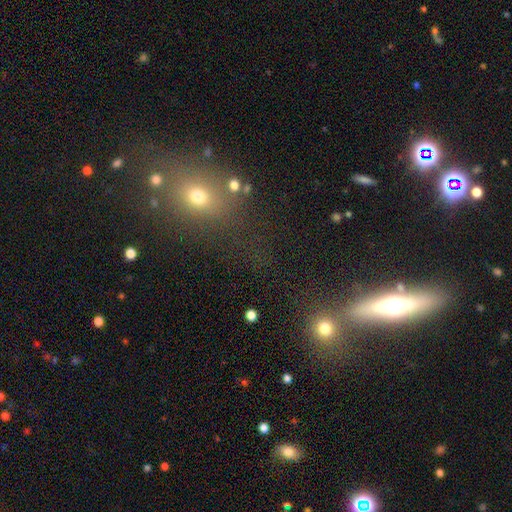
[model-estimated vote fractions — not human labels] Smooth or featured?
  - smooth: 47% *
  - star or artifact: 30%
  - featured or disk: 23%
Merging?
  - none: 70% *
  - minor disturbance: 13%
  - merger: 11%
  - major disturbance: 7%